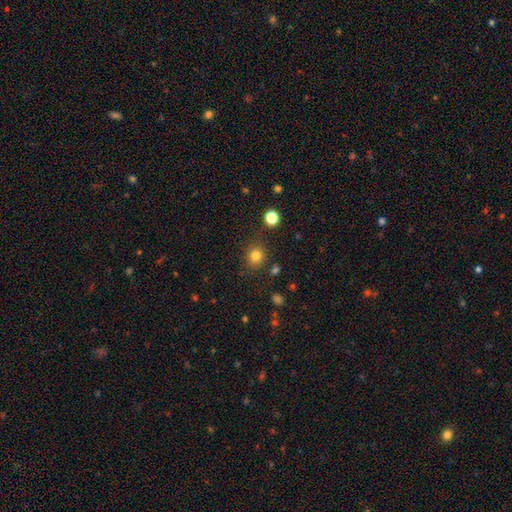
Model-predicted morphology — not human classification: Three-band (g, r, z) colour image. It shows a smooth galaxy with no disk features (81%) that is round (80%). Merging: none (83%).